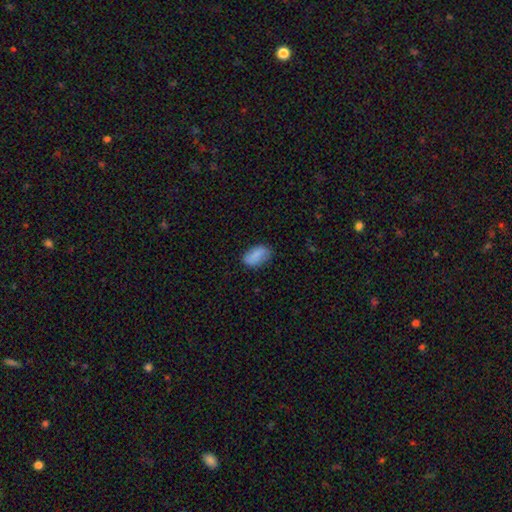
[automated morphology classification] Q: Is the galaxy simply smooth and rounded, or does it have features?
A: smooth — 83%.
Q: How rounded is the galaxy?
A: in between — 92%.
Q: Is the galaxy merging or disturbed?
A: none — 78%.